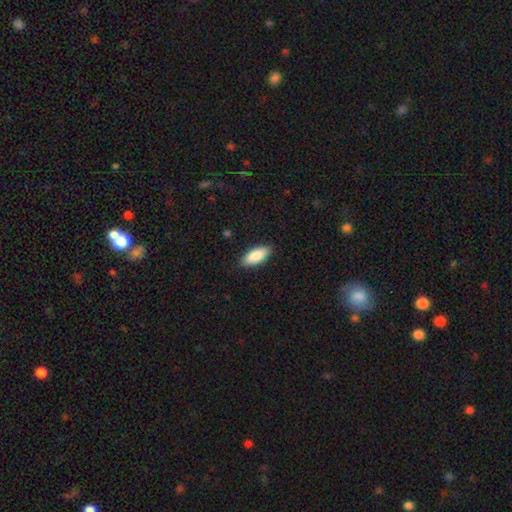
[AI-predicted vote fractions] Q: Smooth or featured?
A: smooth (86%); runner-up: featured or disk (9%)
Q: How rounded?
A: in between (82%); runner-up: cigar-shaped (16%)
Q: Merging?
A: none (87%); runner-up: minor disturbance (10%)